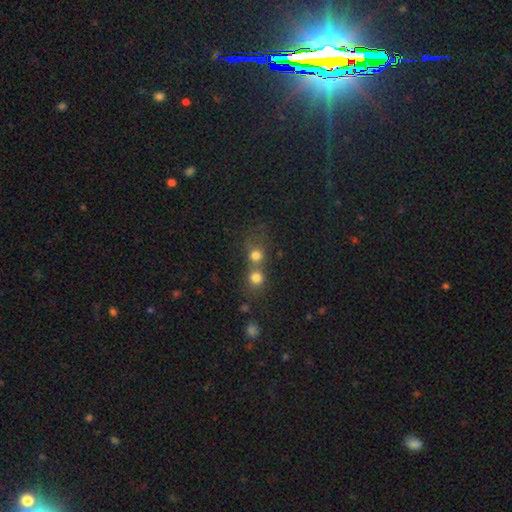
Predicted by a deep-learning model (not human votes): smooth 74%, star or artifact 16%, featured or disk 10%. Down the decision tree: how rounded — round (84%); merging — merger (52%).